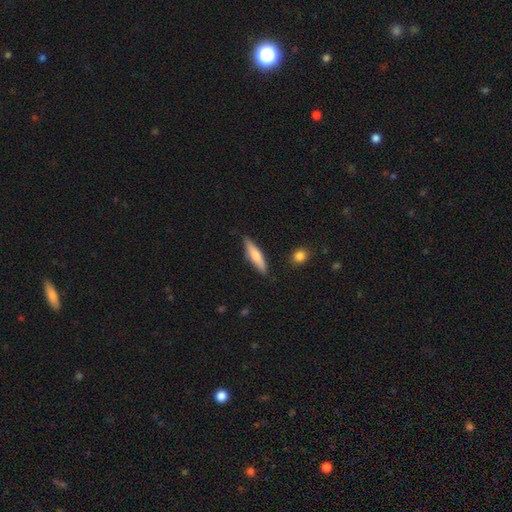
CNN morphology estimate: Smooth or featured: smooth — 66% (featured or disk — 29%)
How rounded: cigar-shaped — 79% (in between — 19%)
Merging: none — 86% (minor disturbance — 11%)